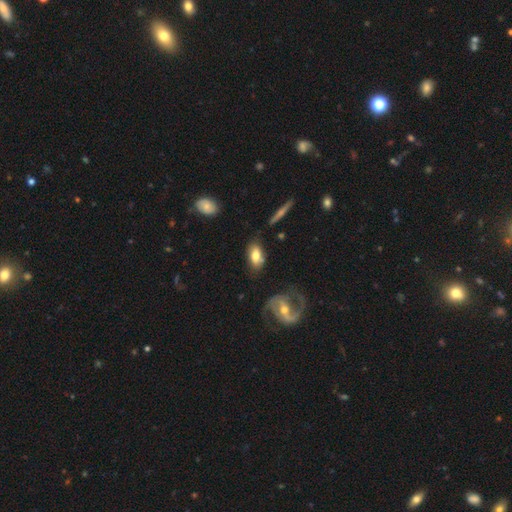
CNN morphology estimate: Q: Smooth or featured?
A: smooth (69%); runner-up: featured or disk (24%)
Q: How rounded?
A: in between (89%); runner-up: round (6%)
Q: Merging?
A: none (68%); runner-up: minor disturbance (20%)